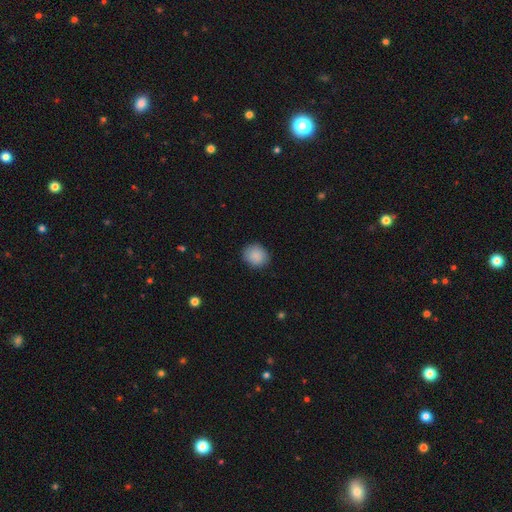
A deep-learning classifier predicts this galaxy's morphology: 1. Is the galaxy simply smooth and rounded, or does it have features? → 89% smooth, 7% star or artifact, 4% featured or disk.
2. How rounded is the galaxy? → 80% round, 19% in between, 1% cigar-shaped.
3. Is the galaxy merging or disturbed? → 87% none, 10% minor disturbance, 2% major disturbance, 1% merger.